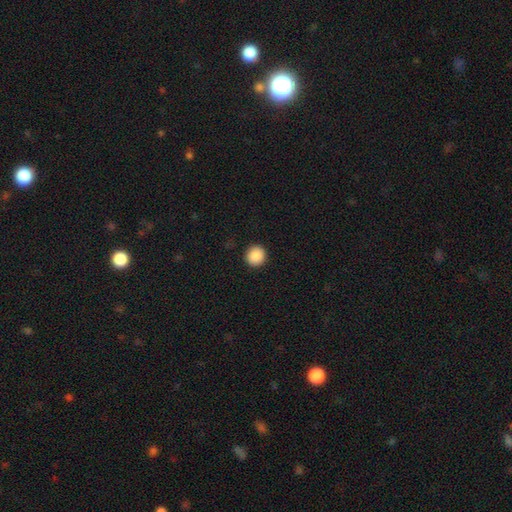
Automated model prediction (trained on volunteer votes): Smooth or featured?
  - smooth: 89% *
  - star or artifact: 8%
  - featured or disk: 2%
How rounded?
  - round: 93% *
  - in between: 6%
  - cigar-shaped: 1%
Merging?
  - none: 93% *
  - minor disturbance: 5%
  - major disturbance: 2%
  - merger: 1%